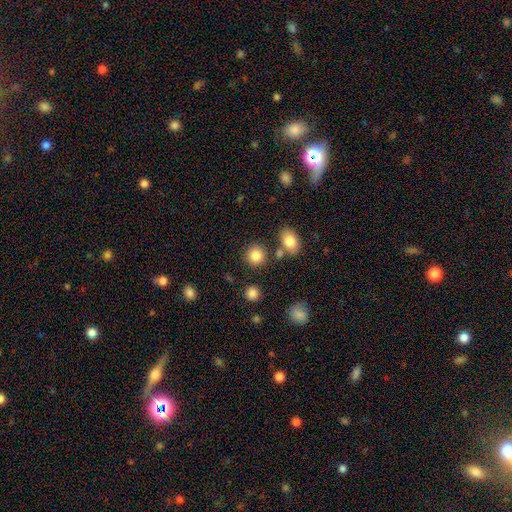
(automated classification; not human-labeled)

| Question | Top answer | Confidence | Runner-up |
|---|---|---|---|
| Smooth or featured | smooth | 85% | star or artifact (9%) |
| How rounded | round | 87% | in between (12%) |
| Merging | none | 80% | minor disturbance (9%) |